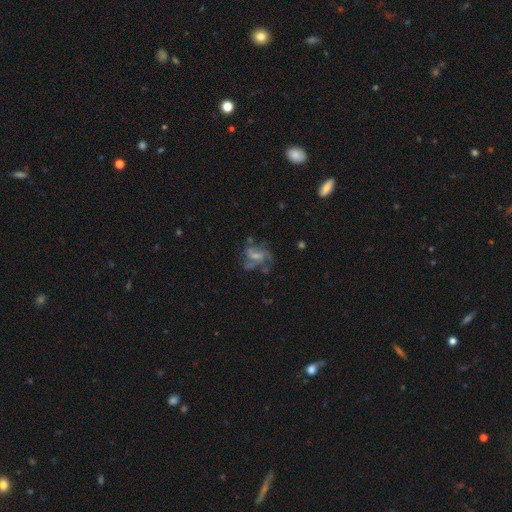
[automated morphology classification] Q: Smooth or featured?
A: featured or disk (69%); runner-up: smooth (19%)
Q: Edge-on disk?
A: no (97%); runner-up: yes (3%)
Q: Bar?
A: weak (45%); runner-up: no (43%)
Q: Spiral arms?
A: yes (75%); runner-up: no (25%)
Q: Spiral winding?
A: medium (46%); runner-up: loose (33%)
Q: Spiral arm count?
A: can't tell (29%); runner-up: 3 (28%)
Q: Bulge size?
A: small (43%); runner-up: moderate (32%)
Q: Merging?
A: none (45%); runner-up: major disturbance (29%)